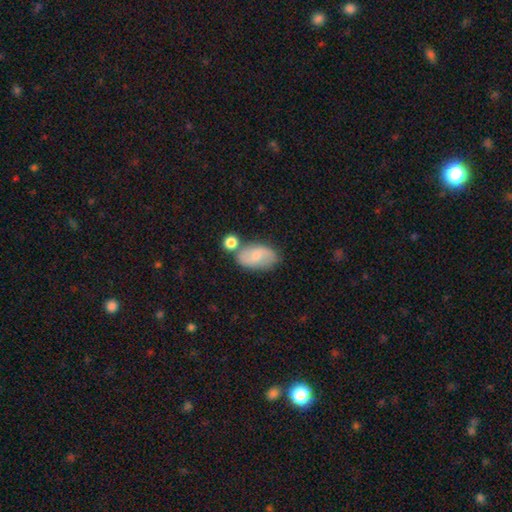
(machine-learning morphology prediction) smooth-or-featured: smooth: 55% | featured or disk: 38% | star or artifact: 8%
  how-rounded: in between: 90% | round: 8% | cigar-shaped: 2%
  merging: none: 61% | minor disturbance: 18% | merger: 16% | major disturbance: 5%